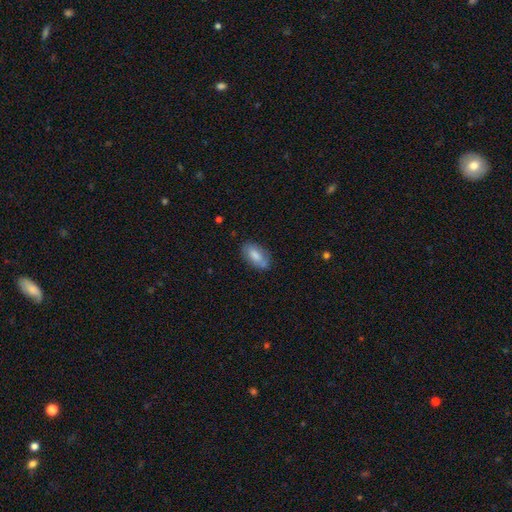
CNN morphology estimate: smooth-or-featured: smooth: 76% | featured or disk: 18% | star or artifact: 7%
  how-rounded: in between: 91% | cigar-shaped: 6% | round: 3%
  merging: none: 73% | minor disturbance: 19% | major disturbance: 4% | merger: 4%